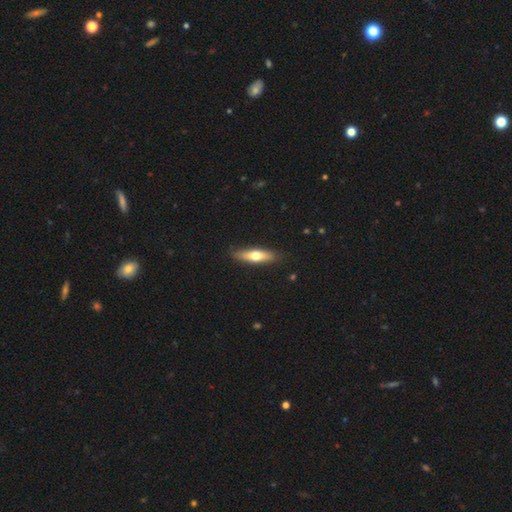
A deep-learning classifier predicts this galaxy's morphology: smooth-or-featured: smooth: 60% | featured or disk: 35% | star or artifact: 5%
  how-rounded: cigar-shaped: 65% | in between: 33% | round: 2%
  merging: none: 86% | minor disturbance: 11% | major disturbance: 2% | merger: 1%